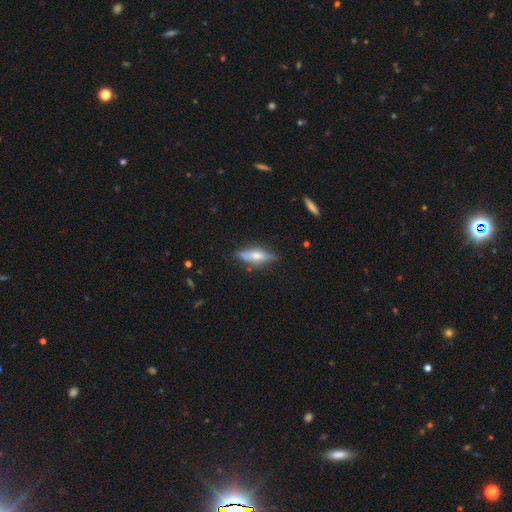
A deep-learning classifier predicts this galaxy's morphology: type=featured or disk (50%); merging=none (77%).